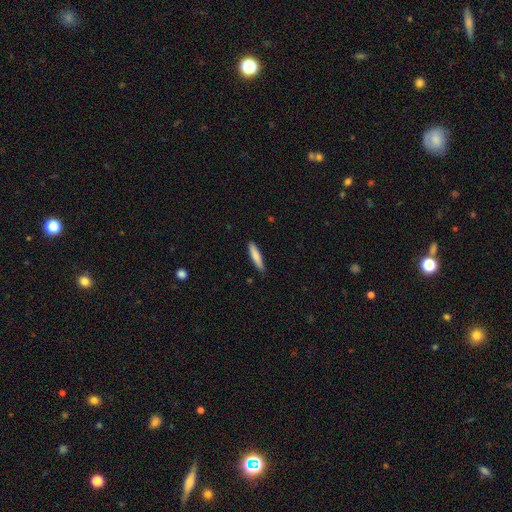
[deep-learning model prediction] The model was most divided on "smooth or featured": smooth: 80%, featured or disk: 14%, star or artifact: 6%. More confident: merging — none (87%); how rounded — cigar-shaped (87%).